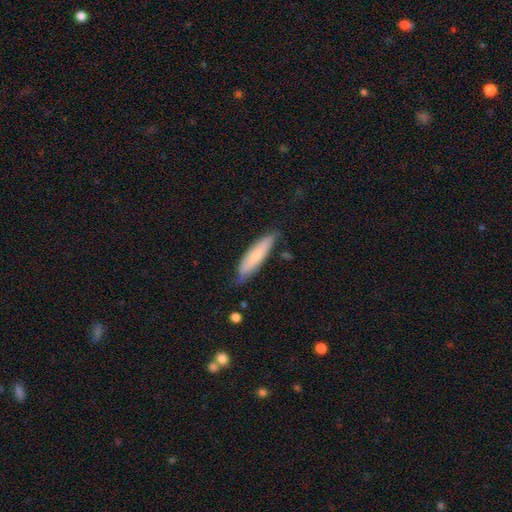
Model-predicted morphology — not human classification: smooth-or-featured: smooth: 67% | featured or disk: 27% | star or artifact: 6%
  how-rounded: cigar-shaped: 71% | in between: 27% | round: 1%
  merging: none: 72% | minor disturbance: 22% | major disturbance: 4% | merger: 2%